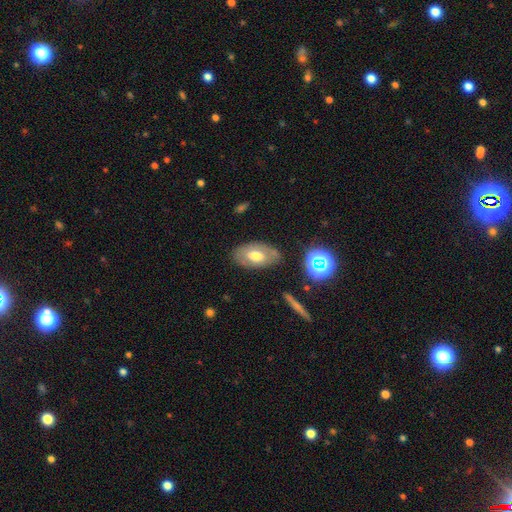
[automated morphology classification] The model was most divided on "smooth or featured": smooth: 54%, featured or disk: 37%, star or artifact: 8%. More confident: how rounded — in between (92%); merging — none (75%).